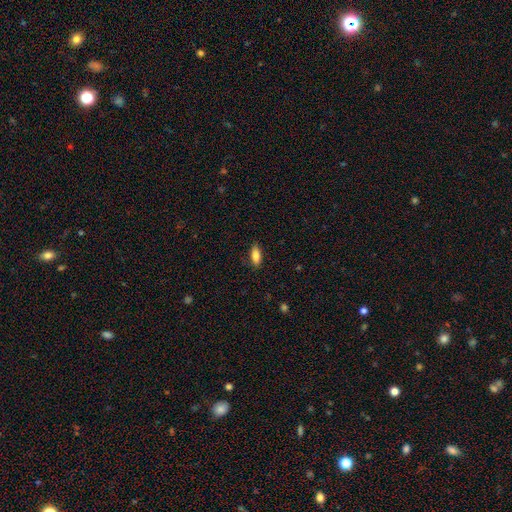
smooth 84%, featured or disk 11%, star or artifact 5%. Down the decision tree: how rounded — in between (66%); merging — none (86%).